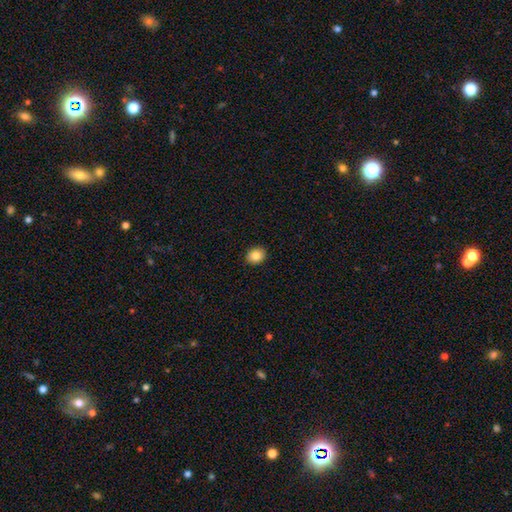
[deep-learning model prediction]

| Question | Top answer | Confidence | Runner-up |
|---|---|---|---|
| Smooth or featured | smooth | 85% | star or artifact (9%) |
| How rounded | round | 54% | in between (45%) |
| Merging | none | 91% | minor disturbance (7%) |